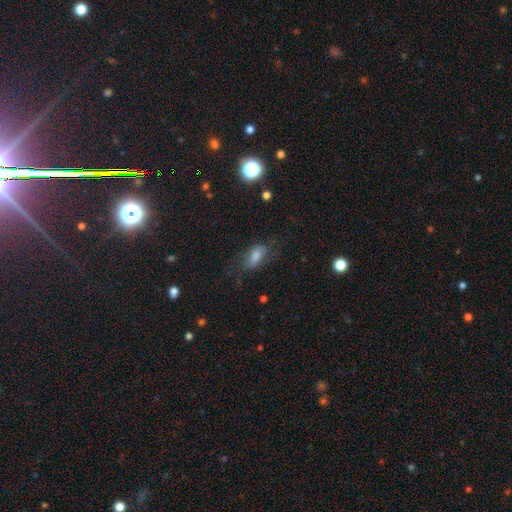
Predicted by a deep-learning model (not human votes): Smooth or featured: smooth — 63% (featured or disk — 21%)
How rounded: in between — 83% (cigar-shaped — 9%)
Merging: none — 63% (minor disturbance — 21%)